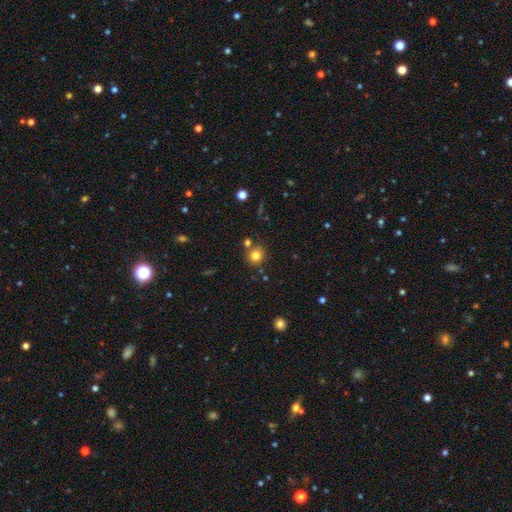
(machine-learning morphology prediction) This appears to be a smooth galaxy with no disk features (80%) that is round (88%). Merging: none (74%).